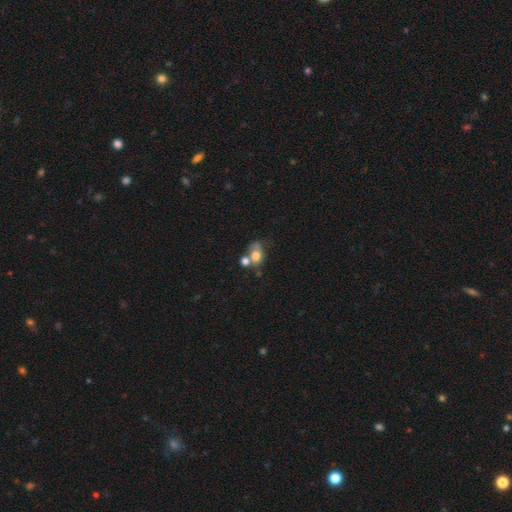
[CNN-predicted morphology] The model was most divided on "merging": merger: 41%, none: 31%, minor disturbance: 16%, major disturbance: 12%. More confident: smooth or featured — smooth (69%); how rounded — in between (55%).